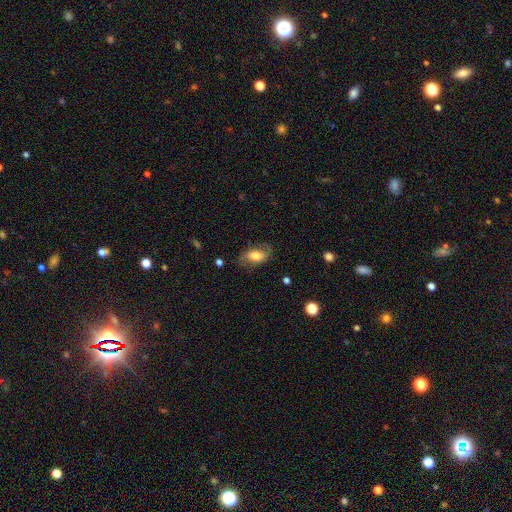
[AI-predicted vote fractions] smooth 56%, featured or disk 36%, star or artifact 8%. Down the decision tree: how rounded — in between (89%); merging — none (69%).